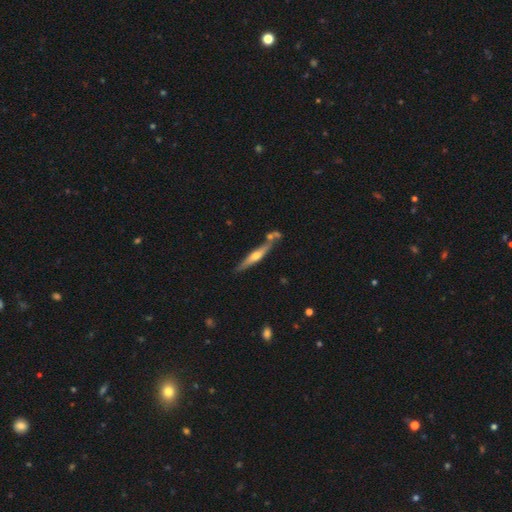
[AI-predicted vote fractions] This is likely a featured or disk galaxy (61%). It is clearly viewed edge-on (95%). Edge-on bulge: clearly rounded (86%). Merging: likely none (70%).